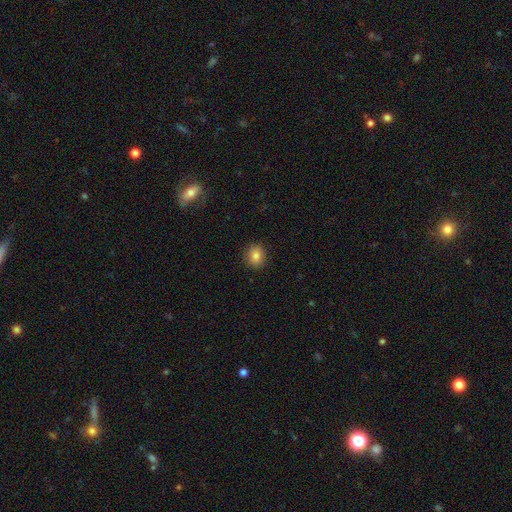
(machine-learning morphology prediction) Overall: smooth (83%). How rounded: round (80%). Merging: none (91%).